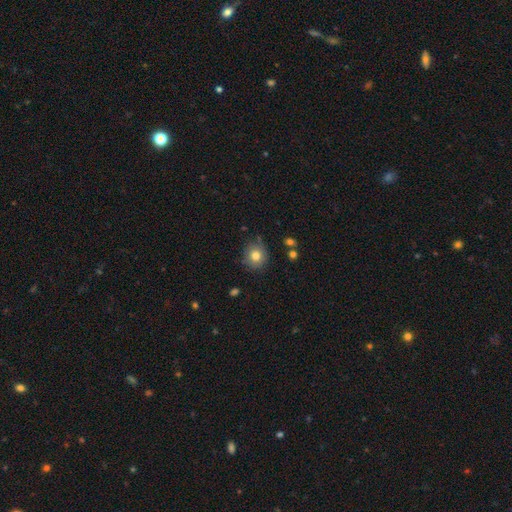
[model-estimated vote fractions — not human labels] Smooth or featured? Predicted: smooth (p=0.80). How rounded? Predicted: round (p=0.86). Merging? Predicted: none (p=0.80).